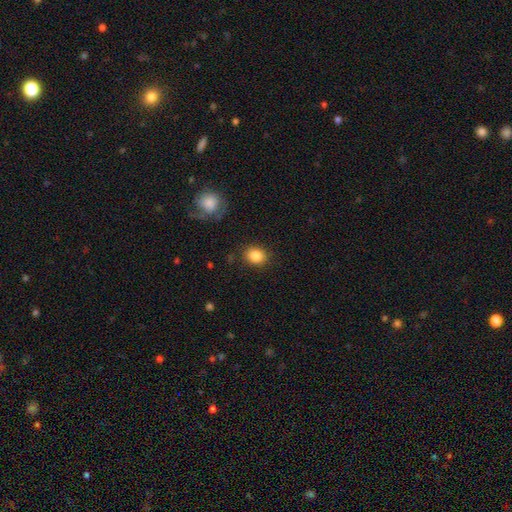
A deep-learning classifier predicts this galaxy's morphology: The model was most divided on "how rounded": round: 64%, in between: 35%, cigar-shaped: 1%. More confident: smooth or featured — smooth (86%); merging — none (85%).